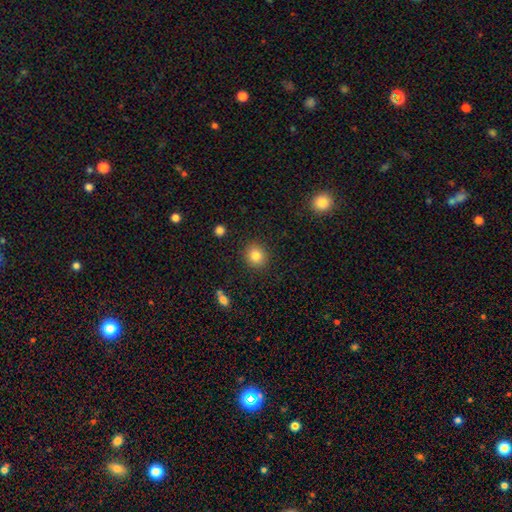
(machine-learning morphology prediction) Q: Smooth or featured?
A: smooth (83%); runner-up: star or artifact (10%)
Q: How rounded?
A: round (85%); runner-up: in between (14%)
Q: Merging?
A: none (90%); runner-up: minor disturbance (7%)